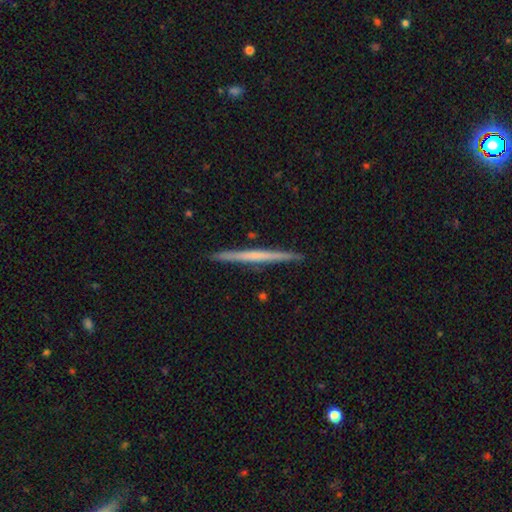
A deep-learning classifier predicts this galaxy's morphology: This is possibly a featured or disk galaxy (55%). It is clearly viewed edge-on (98%). Edge-on bulge: clearly none (85%). Merging: clearly none (92%).